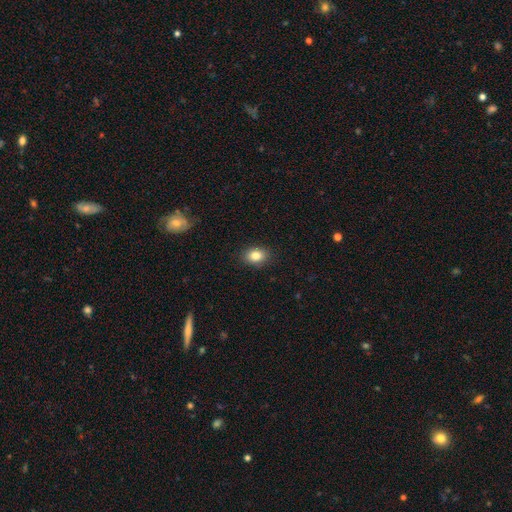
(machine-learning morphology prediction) Smooth or featured: smooth — 85% (star or artifact — 9%)
How rounded: in between — 76% (round — 23%)
Merging: none — 88% (minor disturbance — 9%)